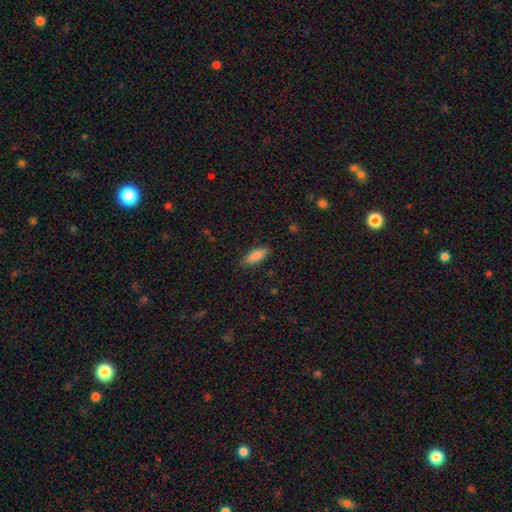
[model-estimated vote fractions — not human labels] Overall: smooth (88%). How rounded: in between (67%; cigar-shaped 31%). Merging: none (86%).